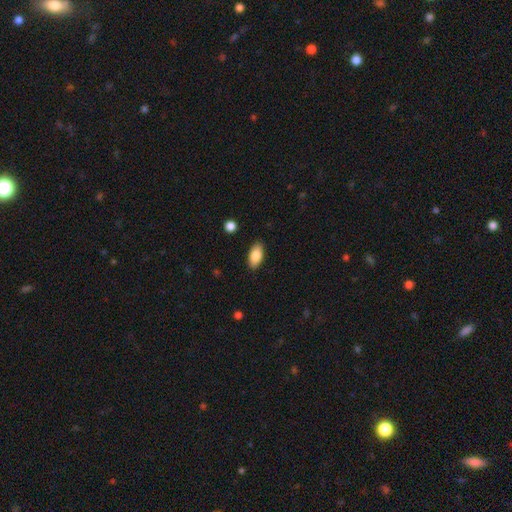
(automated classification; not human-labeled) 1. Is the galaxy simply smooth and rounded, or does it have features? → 84% smooth, 9% featured or disk, 7% star or artifact.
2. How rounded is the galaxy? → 92% in between, 5% cigar-shaped, 3% round.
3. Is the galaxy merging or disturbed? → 88% none, 9% minor disturbance, 2% major disturbance, 1% merger.